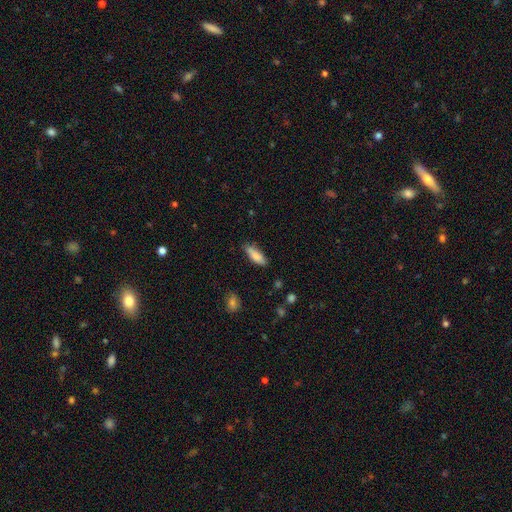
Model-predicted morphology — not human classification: Smooth or featured?
  - smooth: 84% *
  - featured or disk: 9%
  - star or artifact: 6%
How rounded?
  - in between: 57% *
  - cigar-shaped: 41%
  - round: 2%
Merging?
  - none: 77% *
  - minor disturbance: 18%
  - major disturbance: 3%
  - merger: 2%